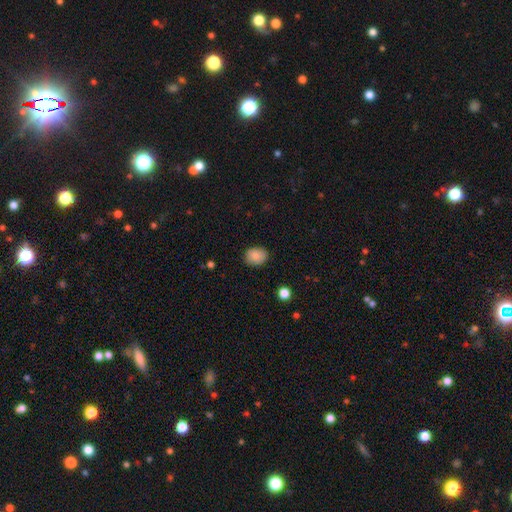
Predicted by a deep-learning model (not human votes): Smooth or featured? smooth (86%)
How rounded? round (52%)
Merging? none (85%)